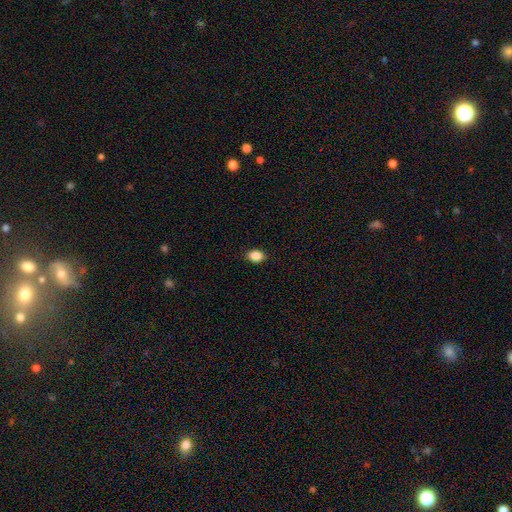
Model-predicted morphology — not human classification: The model was most divided on "how rounded": in between: 66%, round: 33%, cigar-shaped: 1%. More confident: merging — none (89%); smooth or featured — smooth (88%).